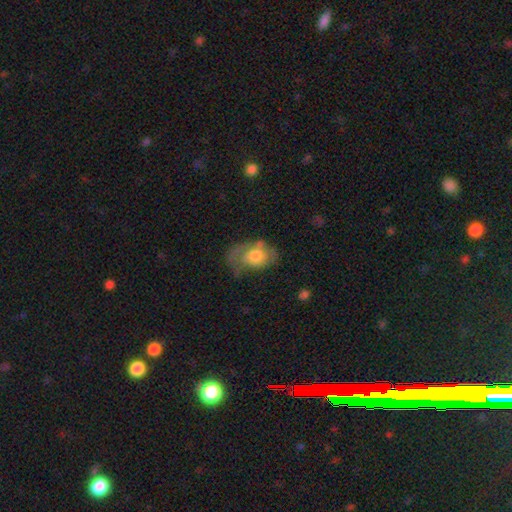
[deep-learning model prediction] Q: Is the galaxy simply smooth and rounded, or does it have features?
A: smooth — 52%.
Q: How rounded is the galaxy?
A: in between — 80%.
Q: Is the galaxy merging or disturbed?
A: none — 33%.